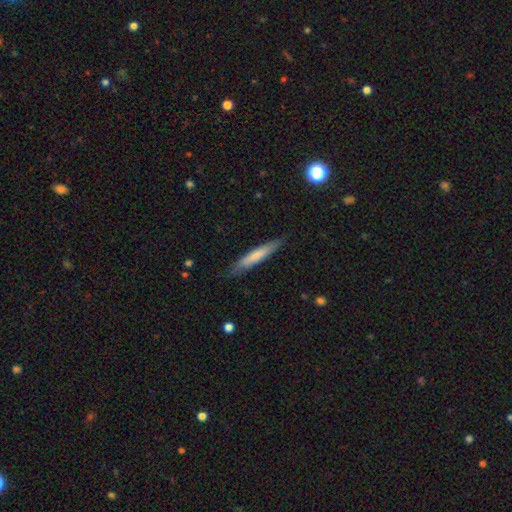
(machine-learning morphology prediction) Overall: smooth (69%). How rounded: cigar-shaped (92%). Merging: none (84%).